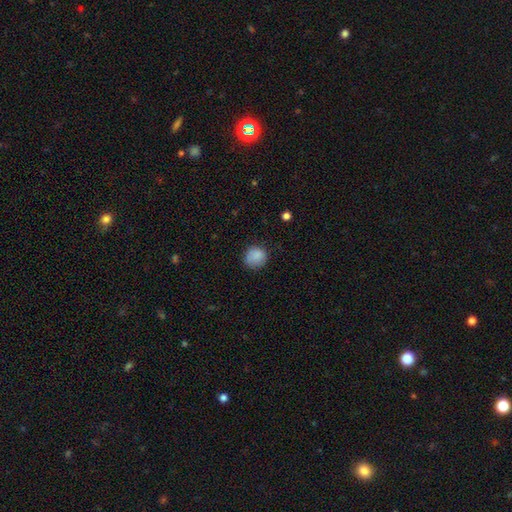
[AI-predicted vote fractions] smooth 86%, star or artifact 9%, featured or disk 5%. Down the decision tree: how rounded — round (86%); merging — none (78%).